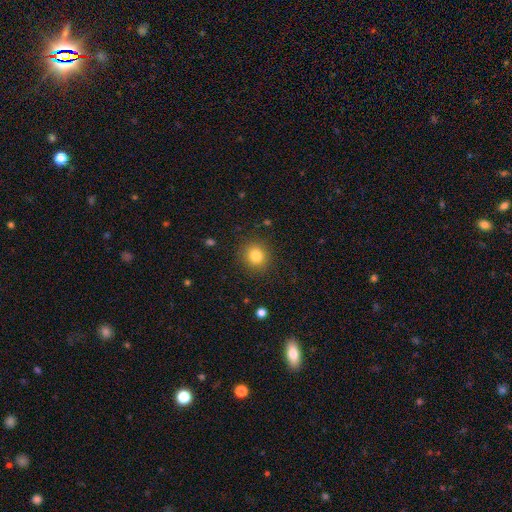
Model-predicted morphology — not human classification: smooth_or_featured: smooth (p=0.82) [alt: star or artifact p=0.11]
how_rounded: round (p=0.87) [alt: in between p=0.13]
merging: none (p=0.88) [alt: minor disturbance p=0.08]